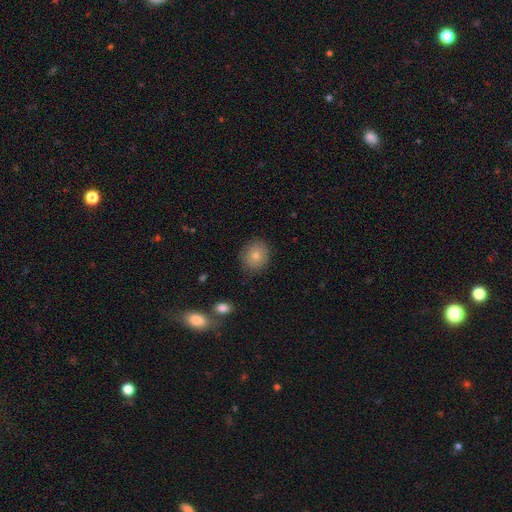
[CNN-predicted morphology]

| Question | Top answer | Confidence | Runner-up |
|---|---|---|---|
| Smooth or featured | smooth | 80% | featured or disk (11%) |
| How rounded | round | 78% | in between (21%) |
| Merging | none | 84% | minor disturbance (11%) |